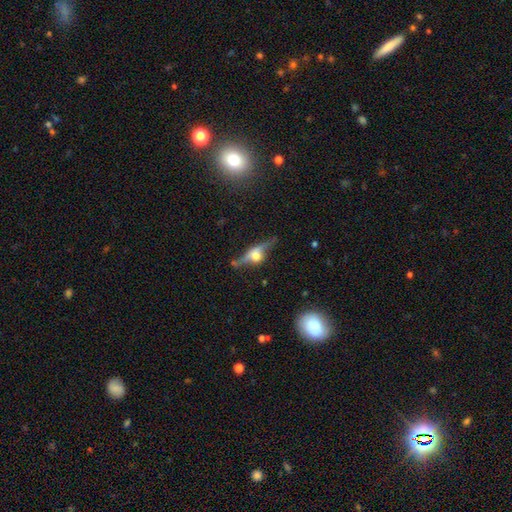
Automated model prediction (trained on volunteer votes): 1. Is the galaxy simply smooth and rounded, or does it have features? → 75% featured or disk, 16% smooth, 9% star or artifact.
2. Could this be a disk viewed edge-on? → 89% yes, 11% no.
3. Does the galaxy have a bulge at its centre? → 93% rounded, 5% boxy, 2% none.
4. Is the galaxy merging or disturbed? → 66% none, 19% minor disturbance, 9% major disturbance, 6% merger.